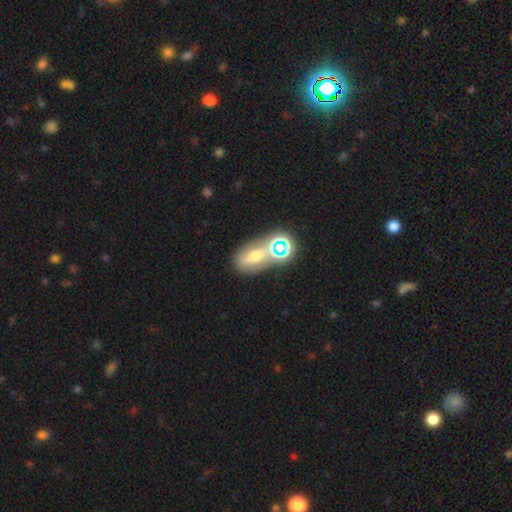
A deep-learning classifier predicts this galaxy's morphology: A smooth galaxy with no disk features (42%). Merging: none (50%).